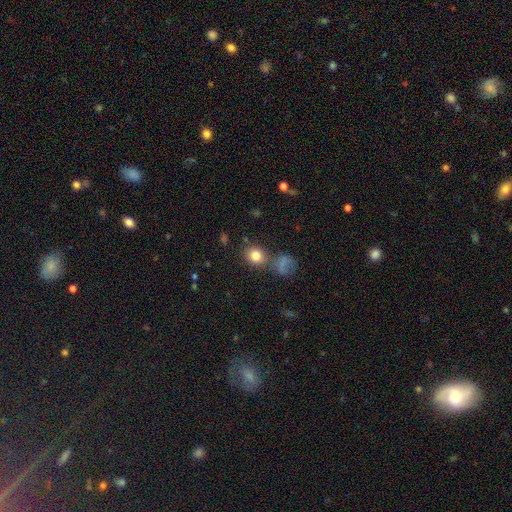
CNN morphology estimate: This is clearly a smooth galaxy (81%). How rounded: likely round (74%). Merging: likely none (64%).